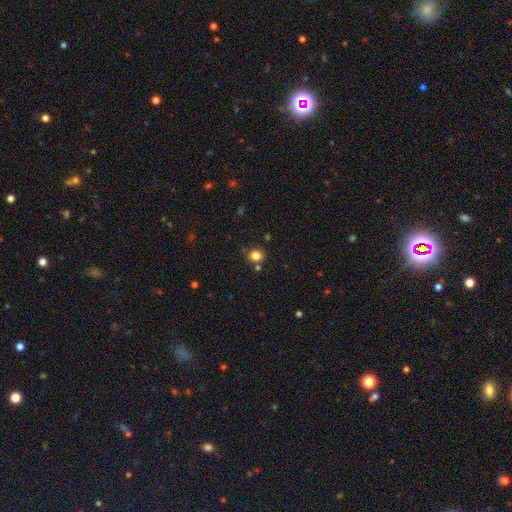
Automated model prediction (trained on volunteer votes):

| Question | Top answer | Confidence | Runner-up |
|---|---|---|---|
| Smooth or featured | smooth | 83% | star or artifact (12%) |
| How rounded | round | 80% | in between (19%) |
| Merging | none | 80% | minor disturbance (10%) |